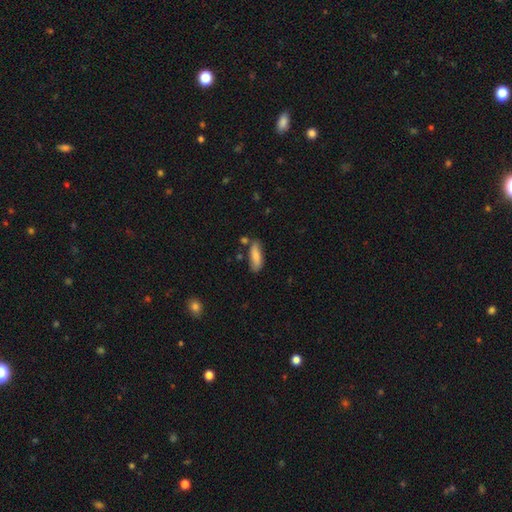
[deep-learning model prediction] Smooth or featured?
  - smooth: 79% *
  - featured or disk: 14%
  - star or artifact: 6%
How rounded?
  - in between: 62% *
  - cigar-shaped: 36%
  - round: 2%
Merging?
  - none: 70% *
  - minor disturbance: 19%
  - merger: 7%
  - major disturbance: 4%